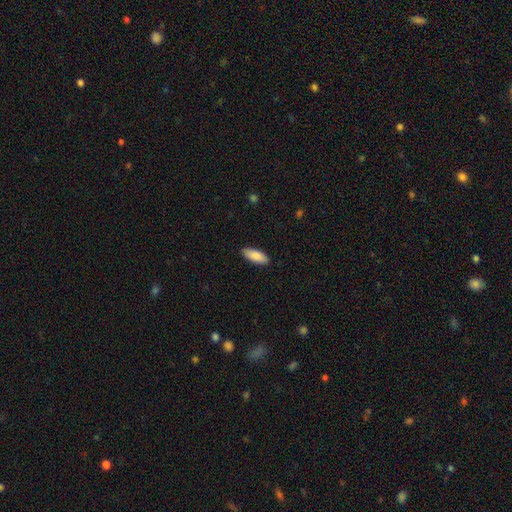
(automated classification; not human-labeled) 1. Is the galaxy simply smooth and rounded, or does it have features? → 89% smooth, 6% featured or disk, 5% star or artifact.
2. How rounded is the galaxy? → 77% in between, 21% cigar-shaped, 2% round.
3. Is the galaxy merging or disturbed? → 89% none, 9% minor disturbance, 2% major disturbance, 1% merger.